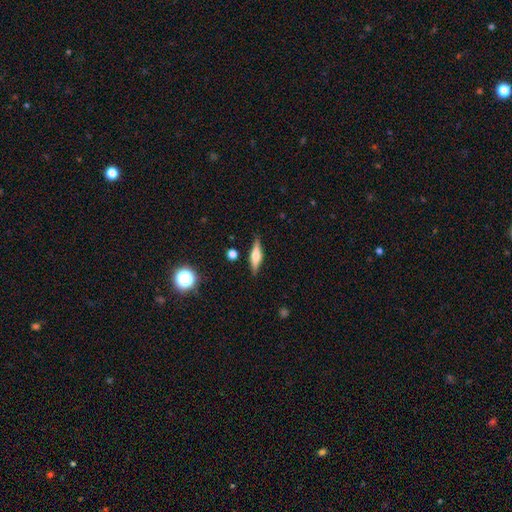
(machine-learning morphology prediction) smooth_or_featured: featured or disk (p=0.55) [alt: smooth p=0.37]
disk_edge_on: yes (p=0.95) [alt: no p=0.05]
edge_on_bulge: rounded (p=0.84) [alt: boxy p=0.12]
merging: none (p=0.87) [alt: minor disturbance p=0.09]